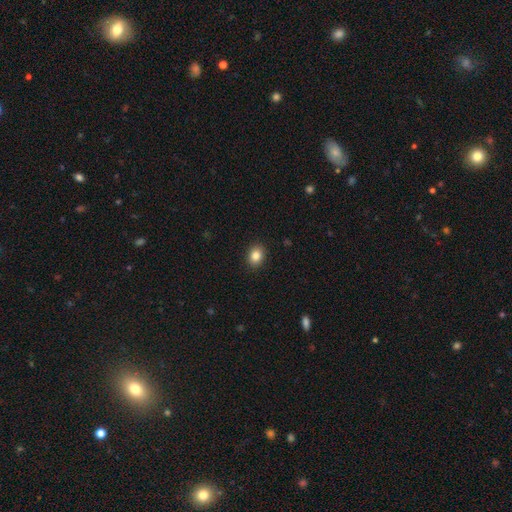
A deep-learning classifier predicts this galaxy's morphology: The model was most divided on "how rounded": in between: 56%, round: 43%, cigar-shaped: 1%. More confident: merging — none (90%); smooth or featured — smooth (85%).